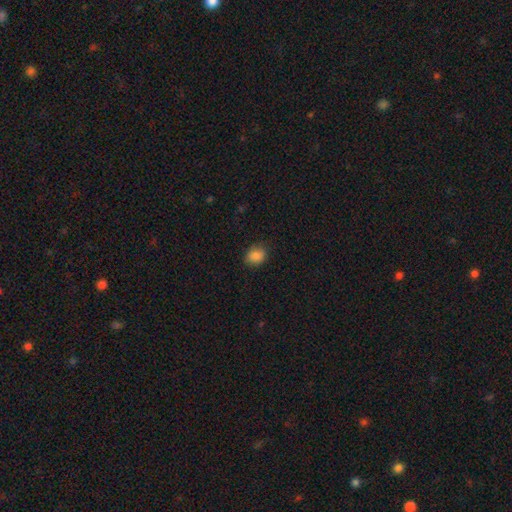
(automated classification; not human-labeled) Overall: smooth (87%). How rounded: in between (56%; round 43%). Merging: none (80%).